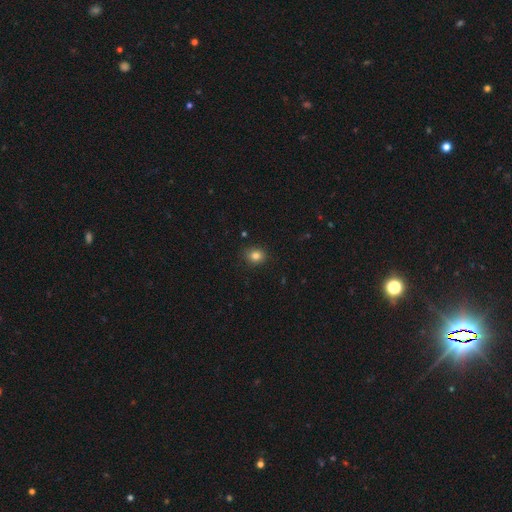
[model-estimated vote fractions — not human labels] Smooth or featured: smooth — 82% (star or artifact — 12%)
How rounded: round — 69% (in between — 30%)
Merging: none — 88% (minor disturbance — 8%)